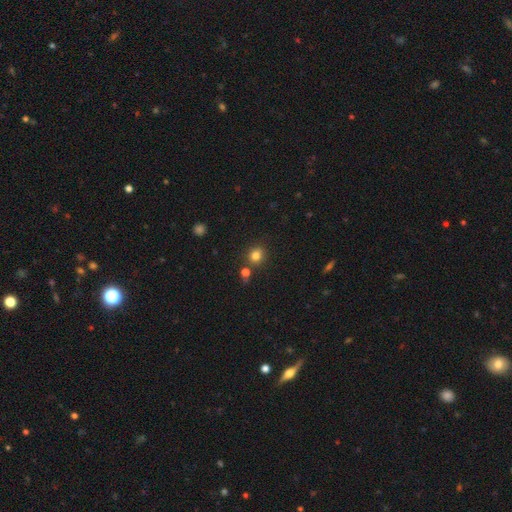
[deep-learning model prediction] Overall: smooth (81%). How rounded: round (80%). Merging: none (79%).